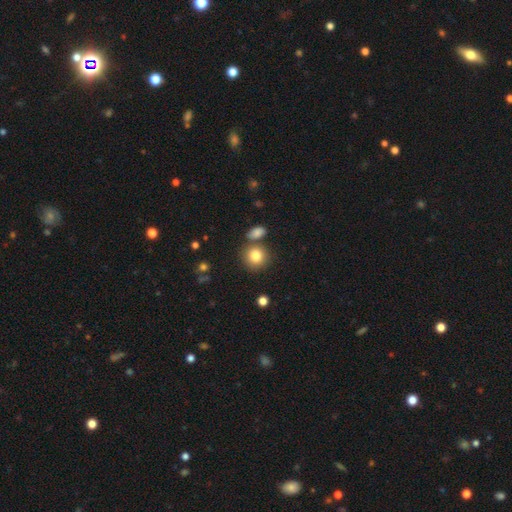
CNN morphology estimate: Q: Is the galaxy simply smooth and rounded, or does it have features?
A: smooth — 84%.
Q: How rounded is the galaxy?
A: round — 84%.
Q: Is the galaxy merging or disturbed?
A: none — 72%.